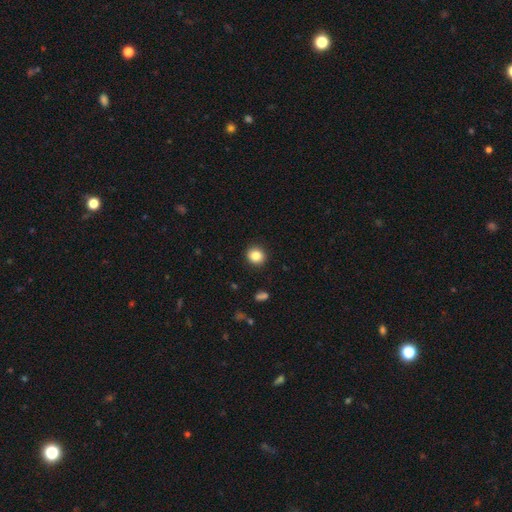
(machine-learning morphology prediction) Smooth or featured?
  - smooth: 85% *
  - star or artifact: 10%
  - featured or disk: 5%
How rounded?
  - round: 88% *
  - in between: 12%
  - cigar-shaped: 1%
Merging?
  - none: 92% *
  - minor disturbance: 6%
  - major disturbance: 2%
  - merger: 1%